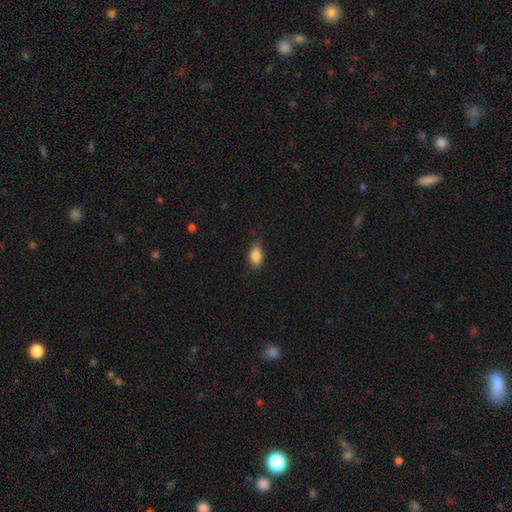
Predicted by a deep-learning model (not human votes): smooth 87%, star or artifact 8%, featured or disk 5%. Down the decision tree: how rounded — in between (89%); merging — none (81%).